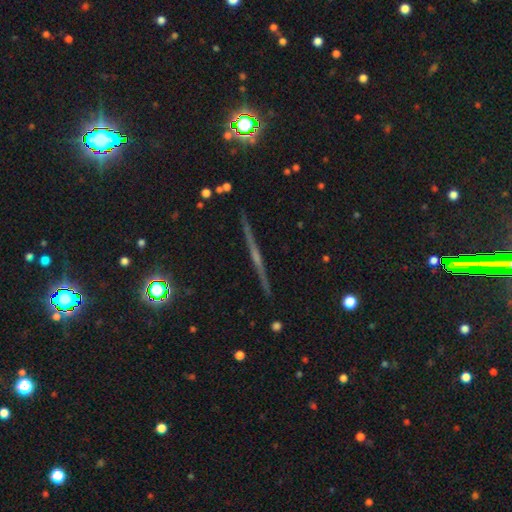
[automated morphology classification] Smooth or featured? featured or disk (70%)
Edge-on disk? yes (98%)
Edge-on bulge? none (46%)
Merging? none (91%)